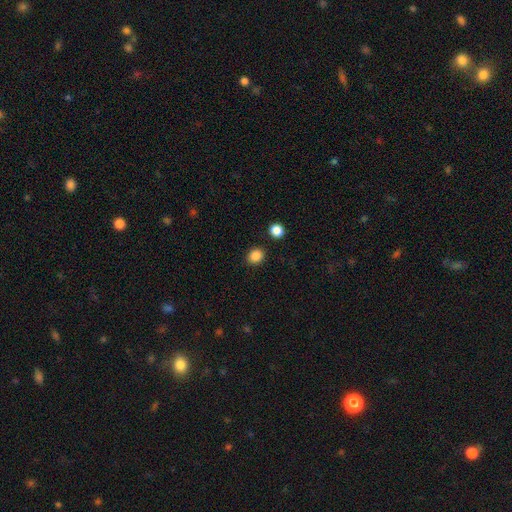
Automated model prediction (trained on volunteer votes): The model was most divided on "how rounded": round: 70%, in between: 29%, cigar-shaped: 1%. More confident: merging — none (88%); smooth or featured — smooth (86%).